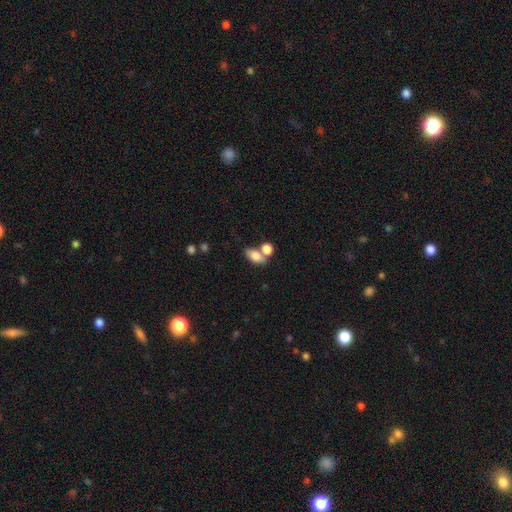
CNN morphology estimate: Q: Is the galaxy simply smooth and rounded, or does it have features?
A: smooth — 78%.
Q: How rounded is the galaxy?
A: in between — 83%.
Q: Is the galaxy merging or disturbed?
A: merger — 42%.